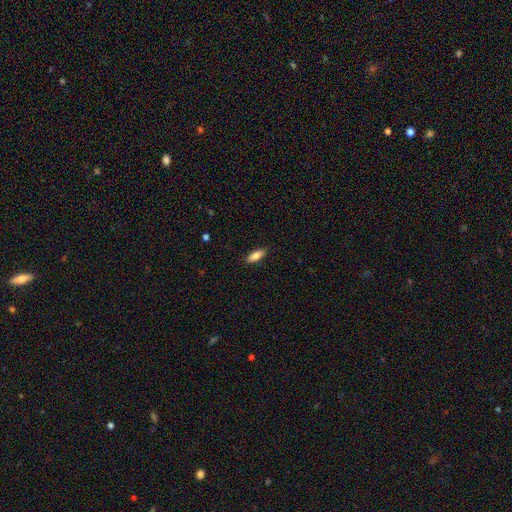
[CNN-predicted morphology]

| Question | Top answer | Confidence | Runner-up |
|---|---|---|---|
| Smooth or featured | smooth | 81% | featured or disk (13%) |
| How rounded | in between | 69% | cigar-shaped (29%) |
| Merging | none | 88% | minor disturbance (9%) |